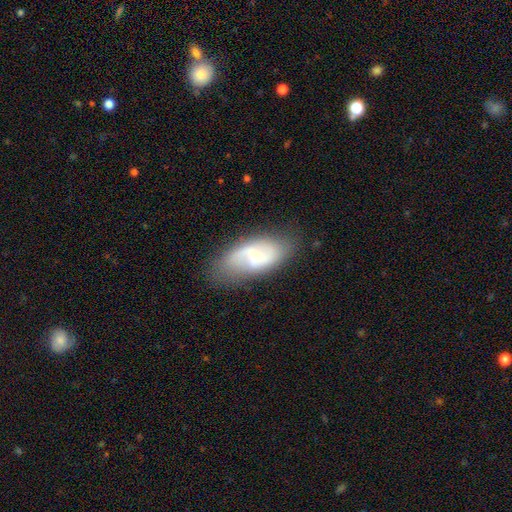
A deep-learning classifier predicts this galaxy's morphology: featured or disk 59%, smooth 34%, star or artifact 8%. Down the decision tree: edge-on disk — no (94%); bar — weak (49%); spiral arms — yes (83%); bulge size — small (45%); merging — none (65%).